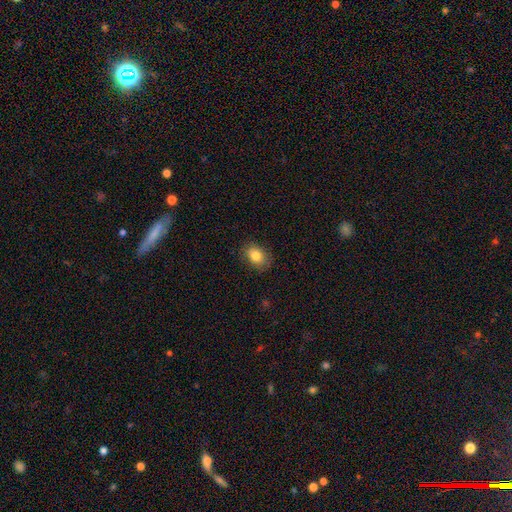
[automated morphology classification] Smooth or featured?
  - smooth: 83% *
  - featured or disk: 9%
  - star or artifact: 9%
How rounded?
  - in between: 75% *
  - round: 24%
  - cigar-shaped: 1%
Merging?
  - none: 84% *
  - minor disturbance: 12%
  - major disturbance: 3%
  - merger: 1%